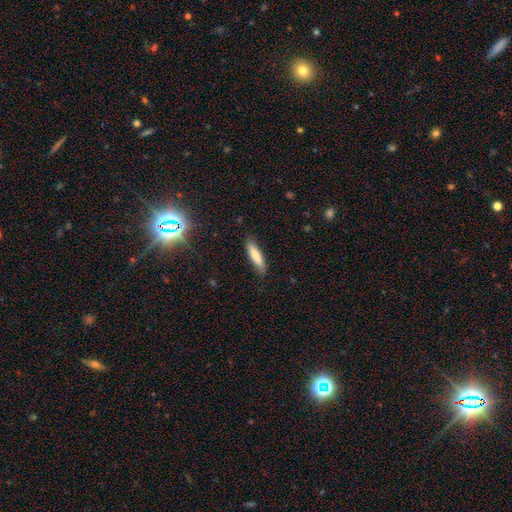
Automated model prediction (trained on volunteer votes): A smooth galaxy with no disk features (75%) that is cigar-shaped (73%). Merging: none (86%).